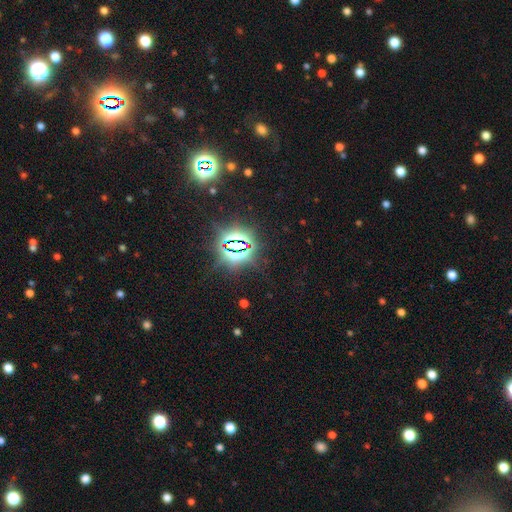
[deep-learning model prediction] A star or artifact, not a galaxy (80%).